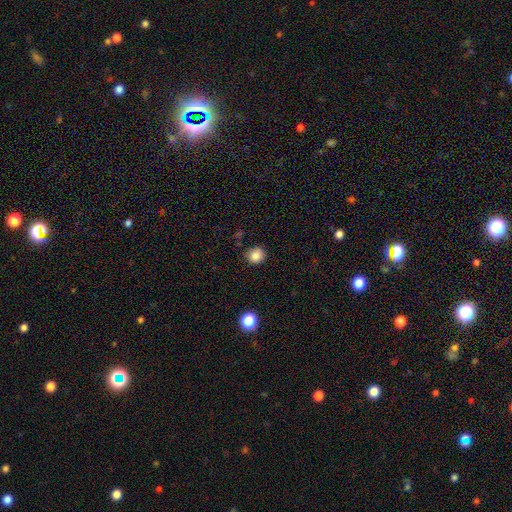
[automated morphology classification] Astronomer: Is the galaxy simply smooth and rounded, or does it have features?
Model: smooth — 84%.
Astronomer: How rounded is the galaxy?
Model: round — 85%.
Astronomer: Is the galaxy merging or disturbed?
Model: none — 86%.